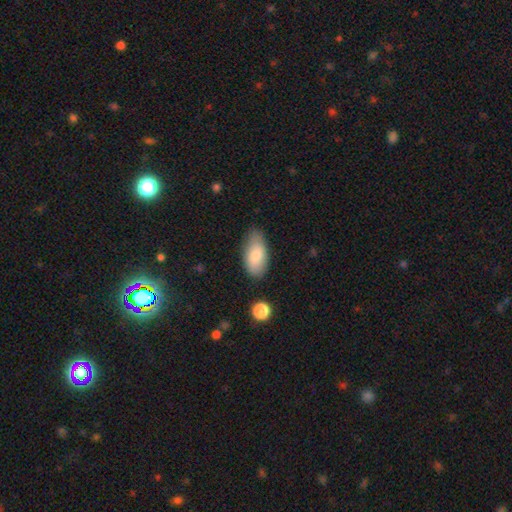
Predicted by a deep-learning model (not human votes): smooth-or-featured: smooth: 79% | featured or disk: 14% | star or artifact: 7%
  how-rounded: in between: 91% | cigar-shaped: 5% | round: 3%
  merging: none: 73% | minor disturbance: 21% | major disturbance: 4% | merger: 2%